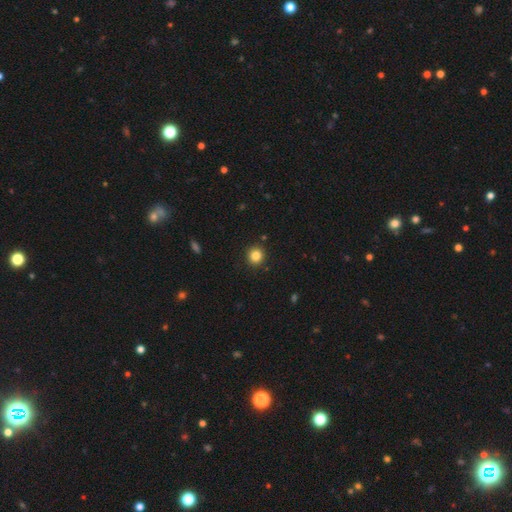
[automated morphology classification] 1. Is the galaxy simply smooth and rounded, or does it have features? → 84% smooth, 11% star or artifact, 5% featured or disk.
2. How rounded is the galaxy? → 92% round, 7% in between, 1% cigar-shaped.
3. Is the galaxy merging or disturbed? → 91% none, 5% minor disturbance, 2% major disturbance, 1% merger.